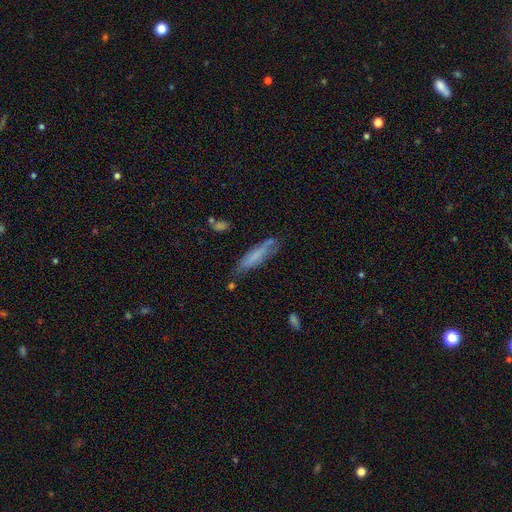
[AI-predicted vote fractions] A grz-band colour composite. It shows a smooth galaxy with no disk features (62%) that is cigar-shaped (81%). Merging: none (69%).